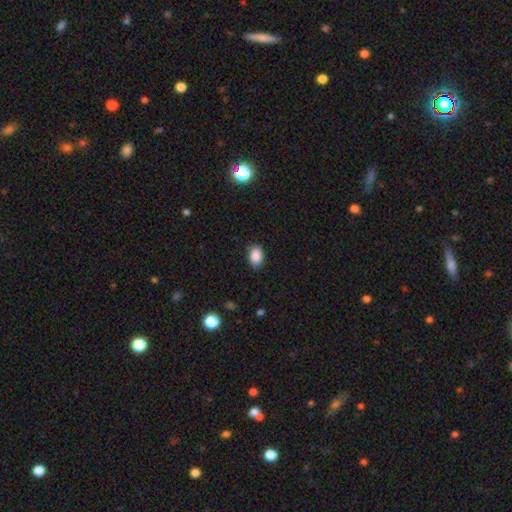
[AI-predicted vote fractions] Smooth or featured? smooth (88%)
How rounded? in between (83%)
Merging? none (83%)